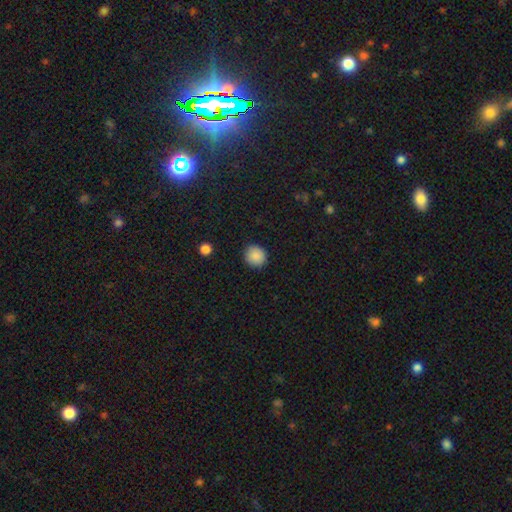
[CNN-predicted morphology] This appears to be a smooth galaxy with no disk features (88%) that is round (91%). Merging: none (91%).